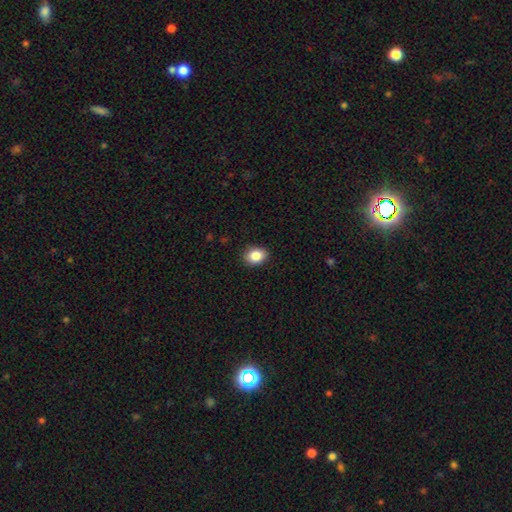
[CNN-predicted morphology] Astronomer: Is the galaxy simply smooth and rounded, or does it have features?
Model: smooth — 87%.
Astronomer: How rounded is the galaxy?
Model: in between — 63%.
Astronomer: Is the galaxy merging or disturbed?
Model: none — 88%.